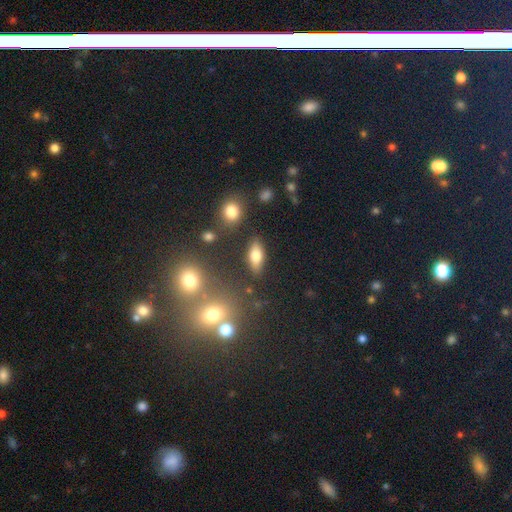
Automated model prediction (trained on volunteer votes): Smooth or featured? Predicted: smooth (p=0.72). How rounded? Predicted: in between (p=0.77). Merging? Predicted: none (p=0.82).